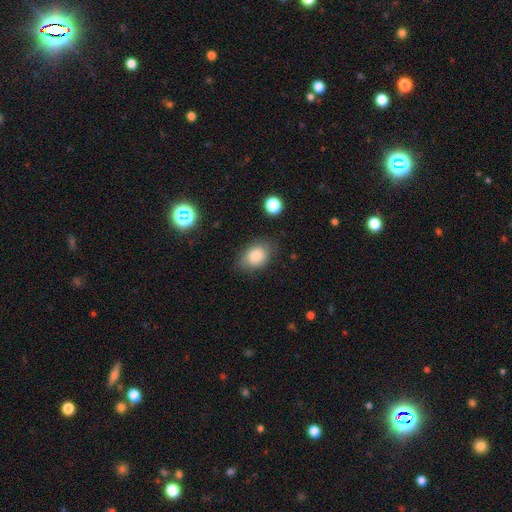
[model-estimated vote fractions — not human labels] The model was most divided on "how rounded": in between: 76%, round: 23%, cigar-shaped: 1%. More confident: smooth or featured — smooth (83%); merging — none (73%).